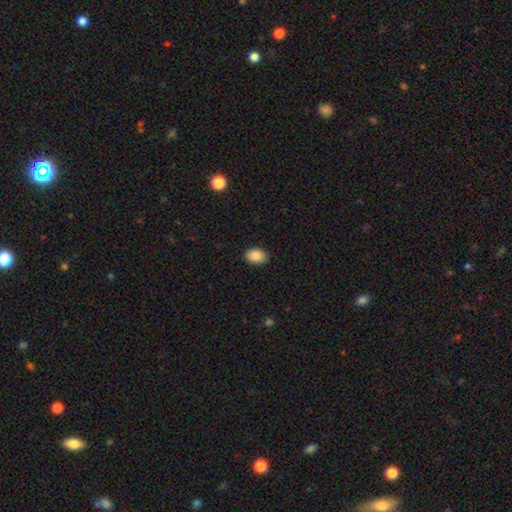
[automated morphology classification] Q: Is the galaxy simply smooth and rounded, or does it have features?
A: smooth — 89%.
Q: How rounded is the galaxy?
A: in between — 83%.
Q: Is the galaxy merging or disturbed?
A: none — 89%.